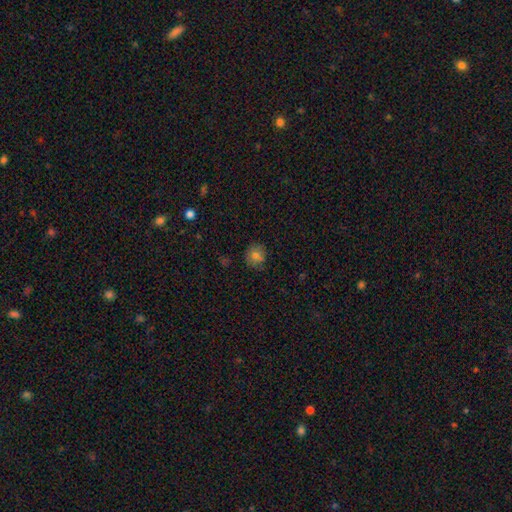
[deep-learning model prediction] Q: Smooth or featured?
A: smooth (77%); runner-up: star or artifact (12%)
Q: How rounded?
A: round (87%); runner-up: in between (12%)
Q: Merging?
A: none (77%); runner-up: minor disturbance (17%)